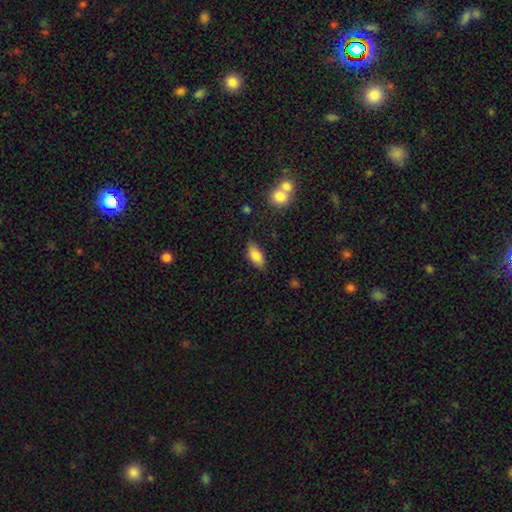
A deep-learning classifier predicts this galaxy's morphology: This appears to be a smooth galaxy with no disk features (84%) that is in between round and cigar-shaped (87%). Merging: none (80%).